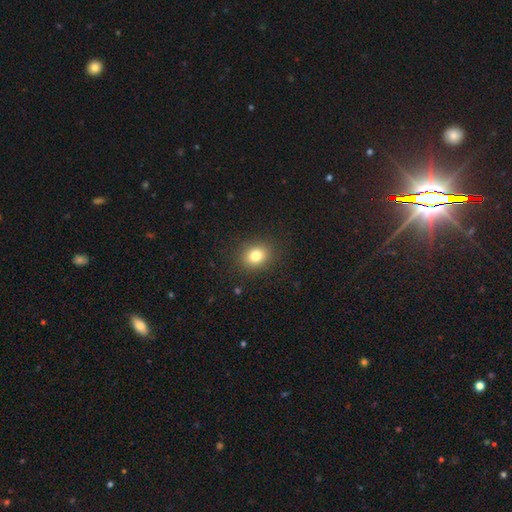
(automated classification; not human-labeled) smooth 81%, star or artifact 12%, featured or disk 8%. Down the decision tree: how rounded — round (59%); merging — none (88%).